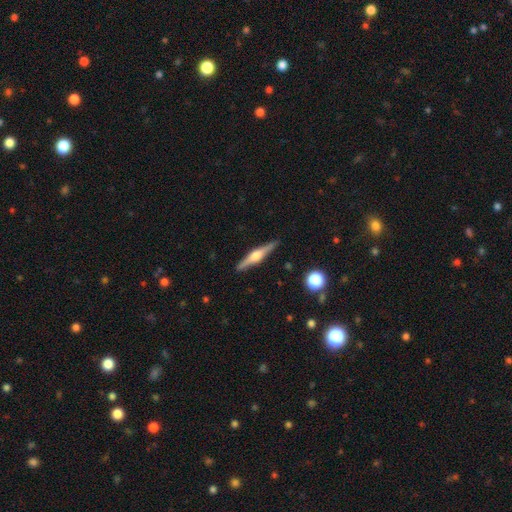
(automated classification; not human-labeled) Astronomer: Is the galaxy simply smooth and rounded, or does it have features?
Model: featured or disk — 76%.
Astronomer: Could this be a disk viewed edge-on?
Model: yes — 98%.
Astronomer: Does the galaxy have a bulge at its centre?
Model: rounded — 91%.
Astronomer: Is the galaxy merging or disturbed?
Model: none — 90%.